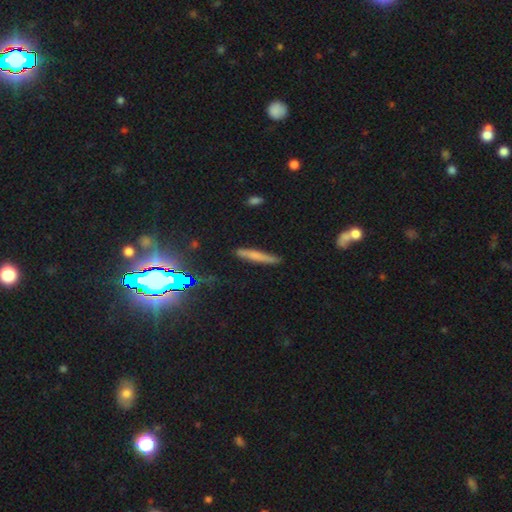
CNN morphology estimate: Q: Smooth or featured?
A: smooth (57%); runner-up: featured or disk (30%)
Q: How rounded?
A: cigar-shaped (92%); runner-up: in between (5%)
Q: Merging?
A: none (84%); runner-up: minor disturbance (12%)